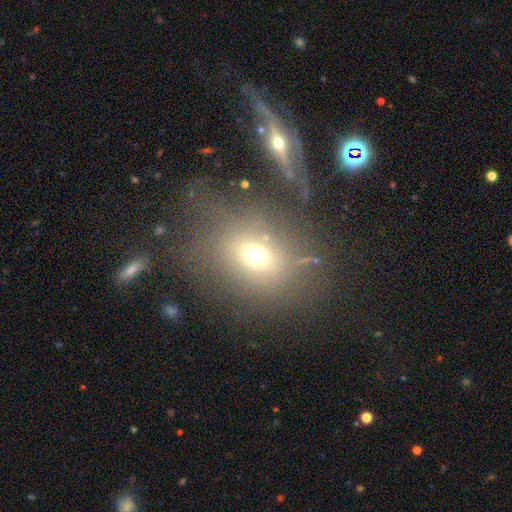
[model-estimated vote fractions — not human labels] Overall: smooth (63%). How rounded: round (55%; in between 43%). Merging: none (54%; major disturbance 18%).